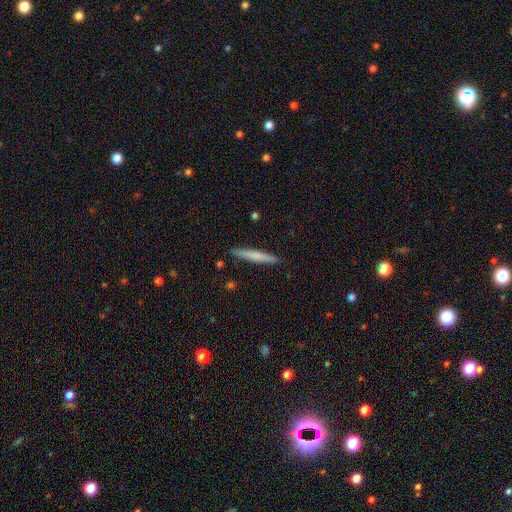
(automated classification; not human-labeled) Smooth or featured? Predicted: smooth (p=0.64). How rounded? Predicted: cigar-shaped (p=0.96). Merging? Predicted: none (p=0.90).